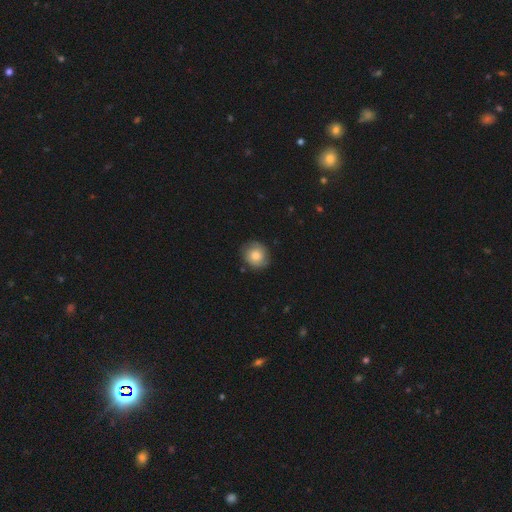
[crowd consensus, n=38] Overall: smooth (89%). How rounded: round (85%). Merging: none (81%).